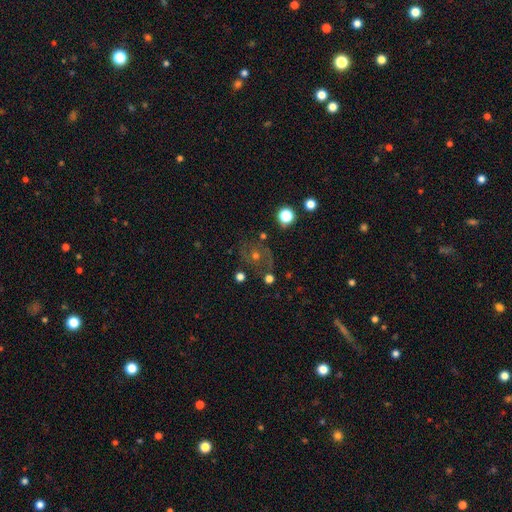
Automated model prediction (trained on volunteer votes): Smooth or featured? Predicted: featured or disk (p=0.48). Merging? Predicted: none (p=0.68).